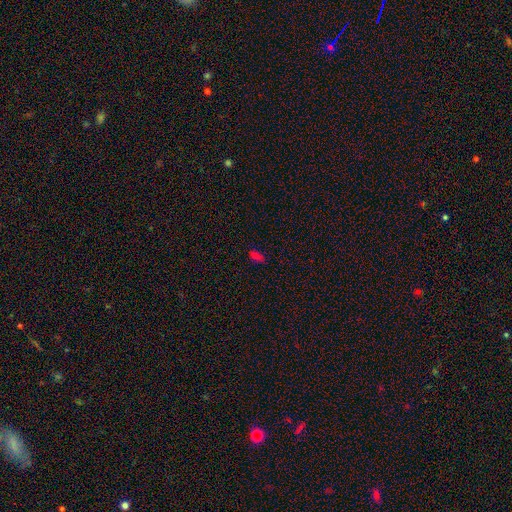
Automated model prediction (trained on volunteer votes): Q: Smooth or featured?
A: smooth (72%); runner-up: star or artifact (23%)
Q: How rounded?
A: in between (87%); runner-up: cigar-shaped (6%)
Q: Merging?
A: none (79%); runner-up: minor disturbance (14%)